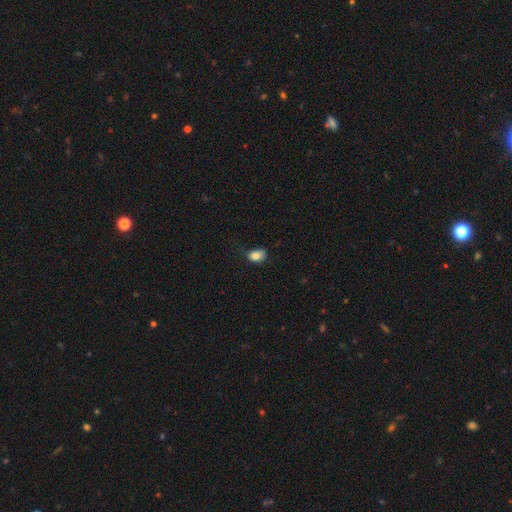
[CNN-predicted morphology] Overall: smooth (84%). How rounded: in between (75%). Merging: none (53%; minor disturbance 34%).